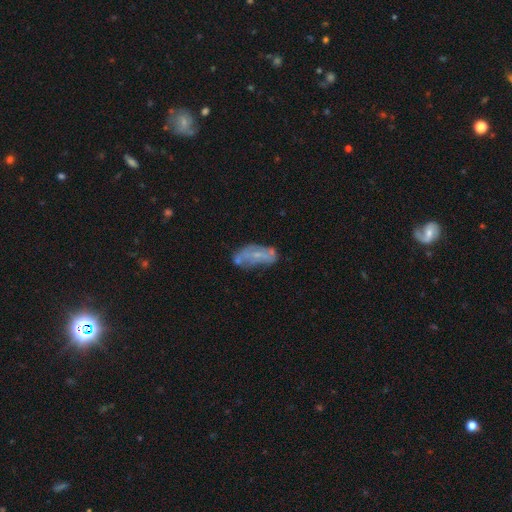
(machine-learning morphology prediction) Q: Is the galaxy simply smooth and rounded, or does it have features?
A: featured or disk — 56%.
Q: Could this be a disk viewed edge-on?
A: no — 90%.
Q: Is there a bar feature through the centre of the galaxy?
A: no — 63%.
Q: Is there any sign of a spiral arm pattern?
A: no — 55%.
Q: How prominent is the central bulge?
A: small — 67%.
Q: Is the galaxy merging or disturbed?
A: none — 45%.